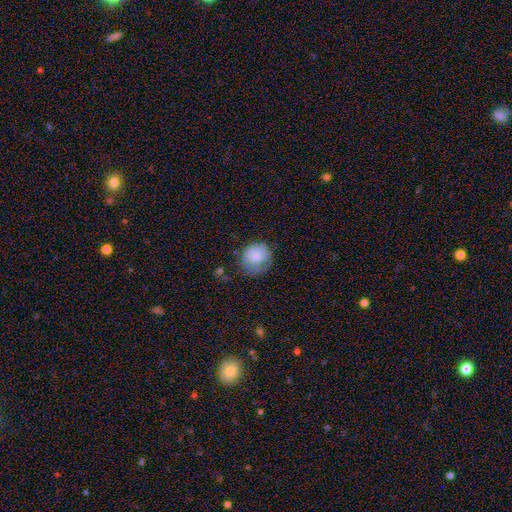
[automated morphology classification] Smooth or featured: smooth — 69% (featured or disk — 23%)
How rounded: round — 82% (in between — 17%)
Merging: none — 61% (minor disturbance — 27%)